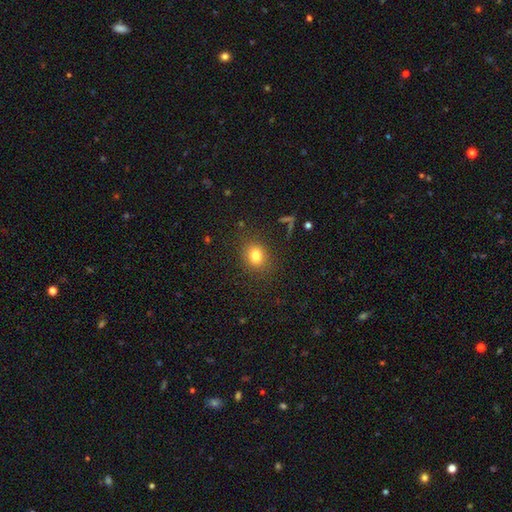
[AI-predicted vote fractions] Smooth or featured?
  - smooth: 78% *
  - star or artifact: 13%
  - featured or disk: 8%
How rounded?
  - round: 60% *
  - in between: 39%
  - cigar-shaped: 1%
Merging?
  - none: 85% *
  - minor disturbance: 10%
  - major disturbance: 4%
  - merger: 2%